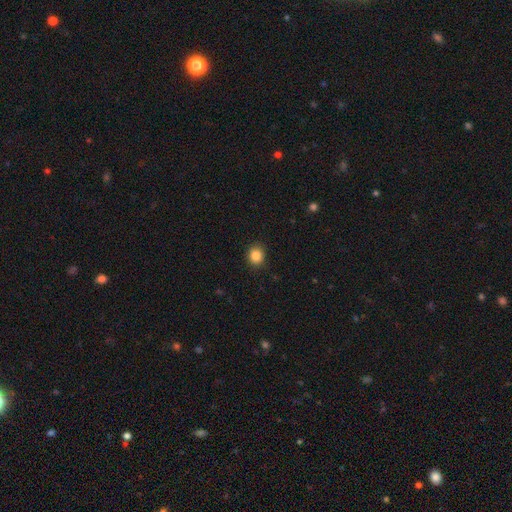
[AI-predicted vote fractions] The model was most divided on "how rounded": round: 72%, in between: 27%, cigar-shaped: 1%. More confident: merging — none (89%); smooth or featured — smooth (85%).